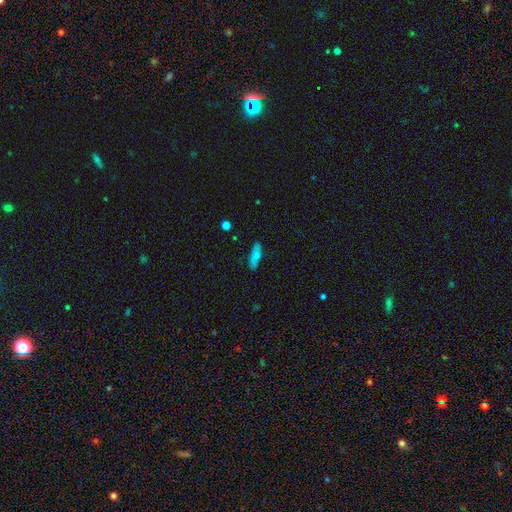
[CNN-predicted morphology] This appears to be a smooth galaxy with no disk features (66%) that is in between round and cigar-shaped (54%). Merging: none (86%).